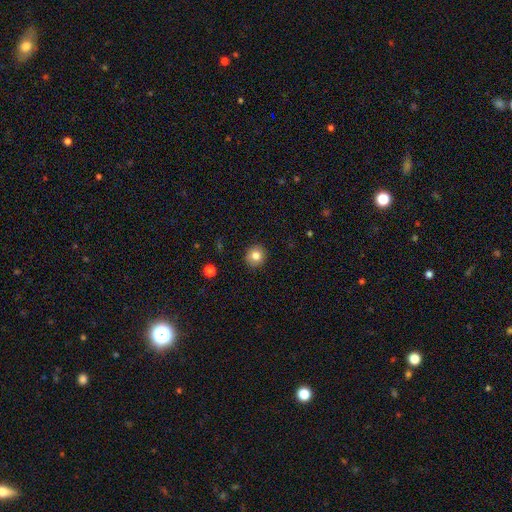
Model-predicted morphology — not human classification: The model was most divided on "smooth or featured": smooth: 82%, star or artifact: 10%, featured or disk: 8%. More confident: merging — none (91%); how rounded — round (90%).